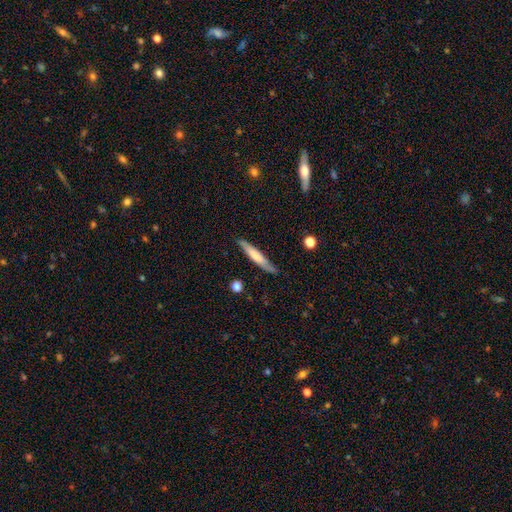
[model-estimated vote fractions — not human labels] Smooth or featured: smooth — 60% (featured or disk — 35%)
How rounded: cigar-shaped — 91% (in between — 8%)
Merging: none — 82% (minor disturbance — 14%)